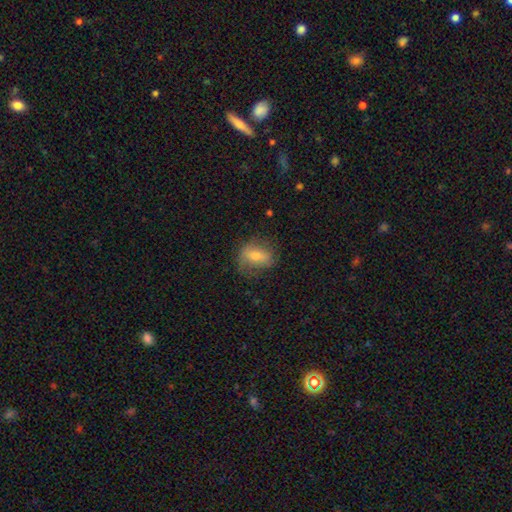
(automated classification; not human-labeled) Overall: smooth (55%; featured or disk 36%). How rounded: in between (66%; round 30%). Merging: none (65%).